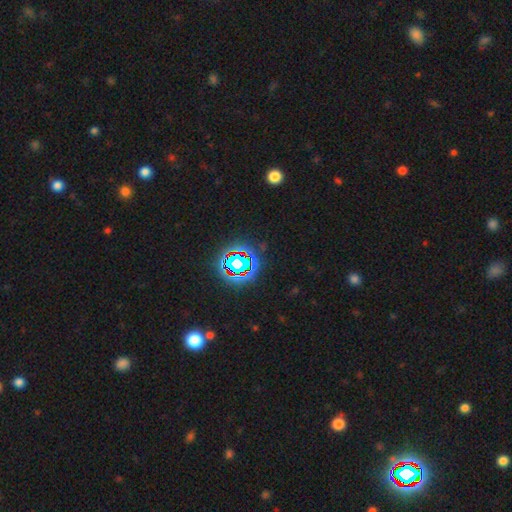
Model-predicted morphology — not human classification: smooth-or-featured: star or artifact: 74% | smooth: 18% | featured or disk: 8%